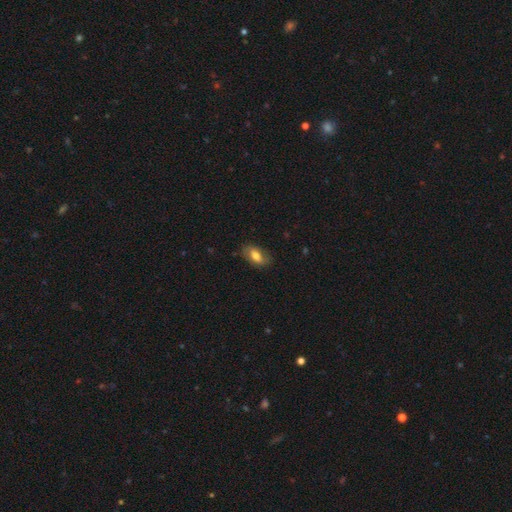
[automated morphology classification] type=smooth (55%); roundness=in between (87%); merging=none (75%).